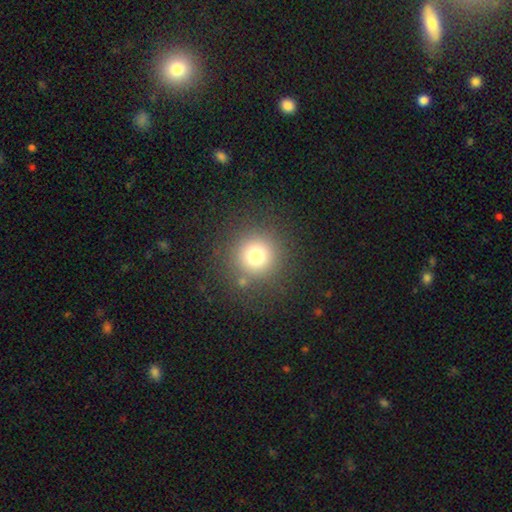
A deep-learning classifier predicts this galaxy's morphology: The model was most divided on "smooth or featured": smooth: 73%, star or artifact: 17%, featured or disk: 9%. More confident: how rounded — round (95%); merging — none (86%).